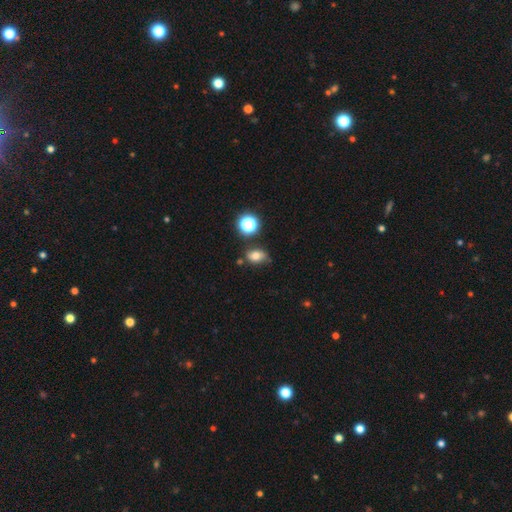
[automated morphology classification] The model was most divided on "how rounded": in between: 73%, round: 25%, cigar-shaped: 2%. More confident: smooth or featured — smooth (73%); merging — none (69%).